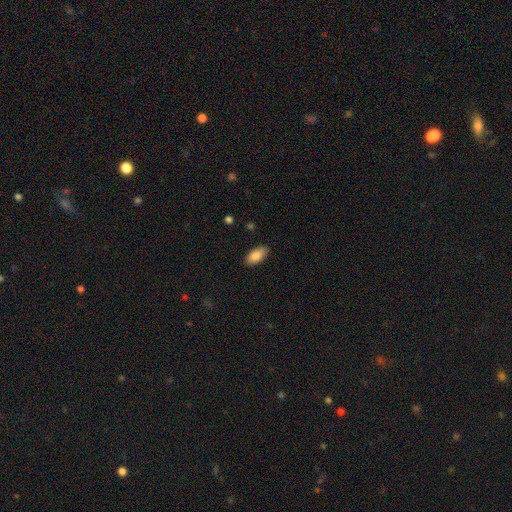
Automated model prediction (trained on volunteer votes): The model was most divided on "smooth or featured": smooth: 86%, featured or disk: 8%, star or artifact: 6%. More confident: how rounded — in between (93%); merging — none (88%).